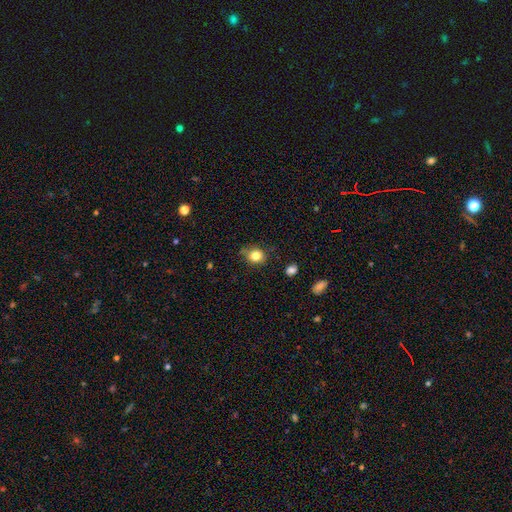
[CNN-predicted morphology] A smooth galaxy with no disk features (81%) that is round (70%).

Vote fractions:
- Smooth or featured? smooth: 81% / star or artifact: 11% / featured or disk: 8%
- How rounded? round: 70% / in between: 29% / cigar-shaped: 1%
- Merging? none: 72% / minor disturbance: 21% / major disturbance: 4% / merger: 3%